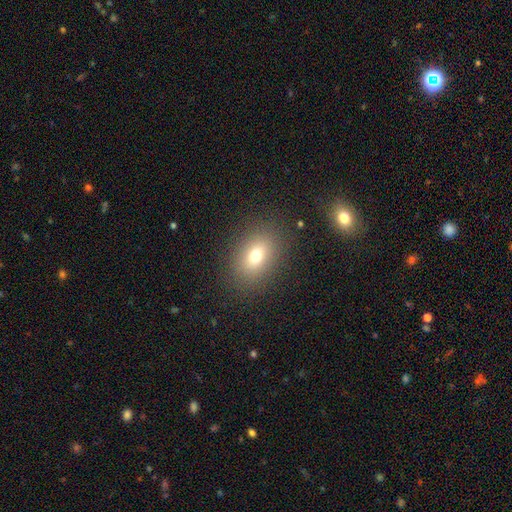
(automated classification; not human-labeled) Overall: smooth (73%). How rounded: in between (71%). Merging: none (86%).